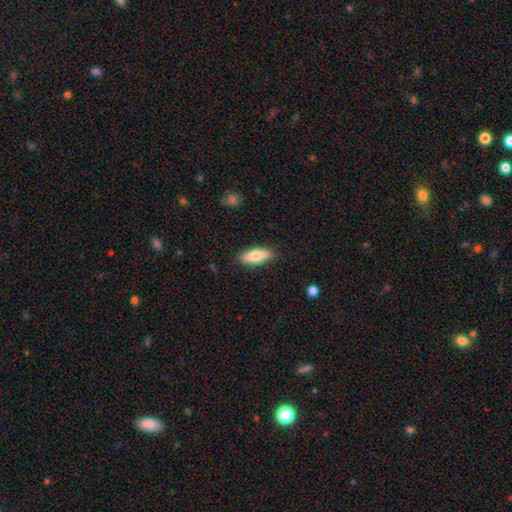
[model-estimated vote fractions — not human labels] A smooth galaxy with no disk features (76%) that is in between round and cigar-shaped (63%).

Vote fractions:
- Smooth or featured? smooth: 76% / featured or disk: 18% / star or artifact: 6%
- How rounded? in between: 63% / cigar-shaped: 34% / round: 2%
- Merging? none: 87% / minor disturbance: 9% / major disturbance: 2% / merger: 1%